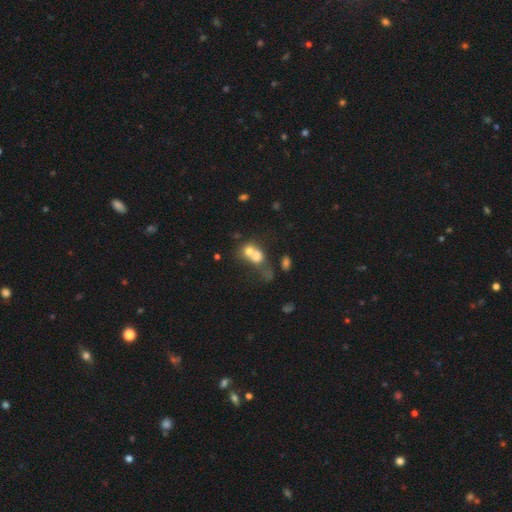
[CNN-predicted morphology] smooth_or_featured: smooth (p=0.63) [alt: featured or disk p=0.24]
how_rounded: round (p=0.65) [alt: in between p=0.33]
merging: merger (p=0.72) [alt: none p=0.17]